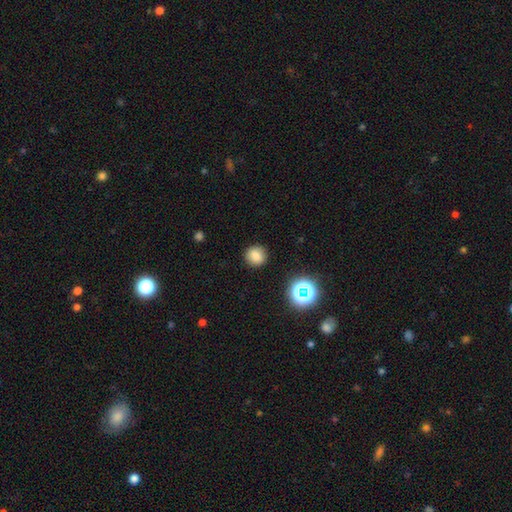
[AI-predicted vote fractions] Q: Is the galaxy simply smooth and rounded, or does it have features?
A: smooth — 79%.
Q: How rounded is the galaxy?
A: round — 89%.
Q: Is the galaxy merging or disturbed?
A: none — 90%.